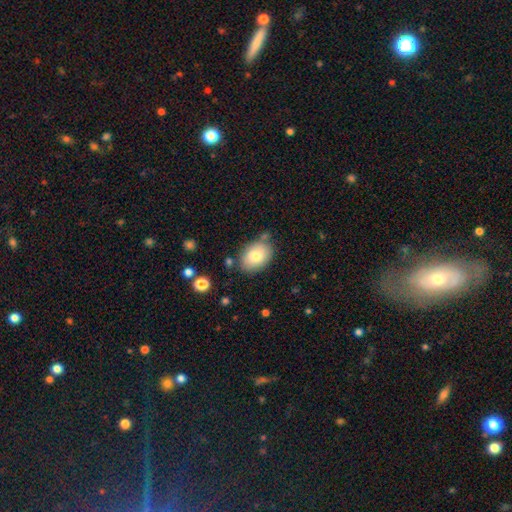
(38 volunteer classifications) Smooth or featured? 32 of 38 (84%) said smooth. How rounded? 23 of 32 (72%) said in between. Merging? 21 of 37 (57%) said none.